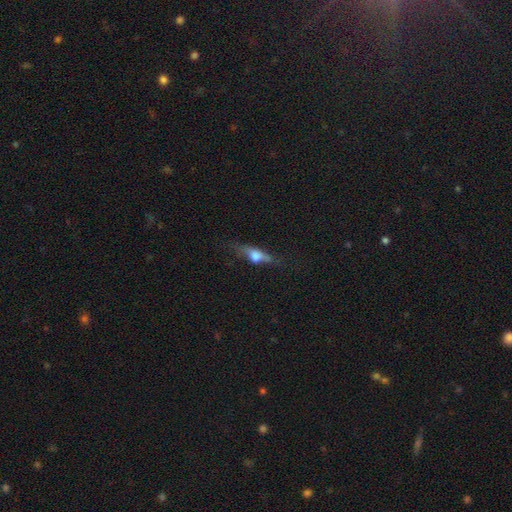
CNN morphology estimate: Smooth or featured: smooth — 50% (featured or disk — 39%)
How rounded: in between — 51% (cigar-shaped — 40%)
Merging: none — 51% (minor disturbance — 27%)